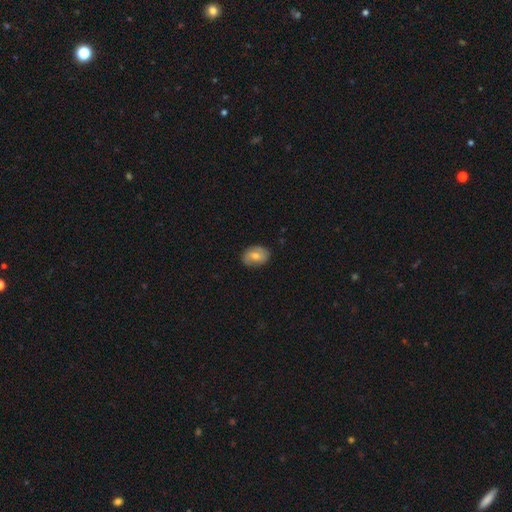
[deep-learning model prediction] Smooth or featured?
  - smooth: 60% *
  - featured or disk: 33%
  - star or artifact: 8%
How rounded?
  - in between: 70% *
  - round: 28%
  - cigar-shaped: 1%
Merging?
  - none: 82% *
  - minor disturbance: 14%
  - major disturbance: 3%
  - merger: 1%